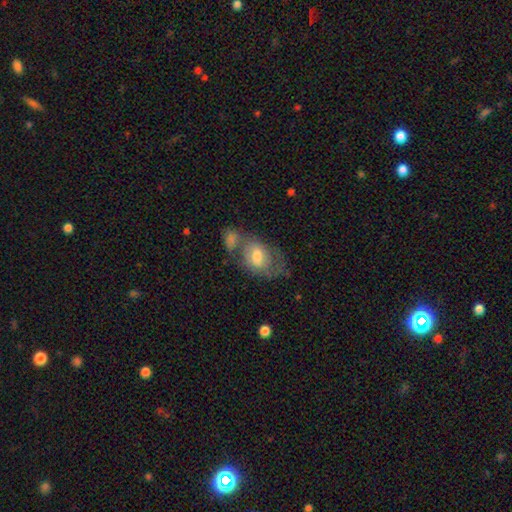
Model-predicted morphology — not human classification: A featured or disk galaxy (47%).

Vote fractions:
- Smooth or featured? featured or disk: 47% / smooth: 42% / star or artifact: 11%
- Merging? merger: 37% / none: 35% / minor disturbance: 16% / major disturbance: 12%